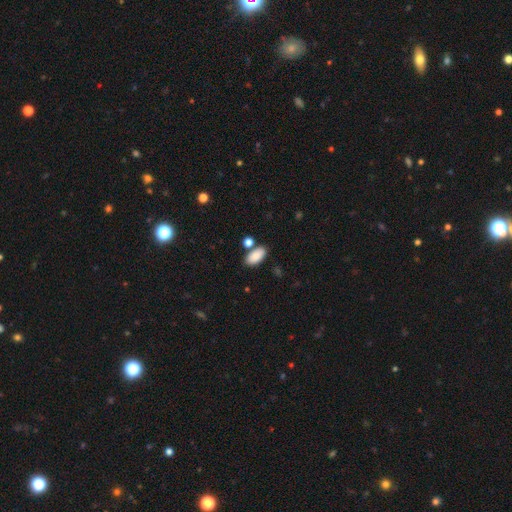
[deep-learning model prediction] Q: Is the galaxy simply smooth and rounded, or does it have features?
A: smooth — 88%.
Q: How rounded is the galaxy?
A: in between — 93%.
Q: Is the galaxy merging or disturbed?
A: none — 73%.